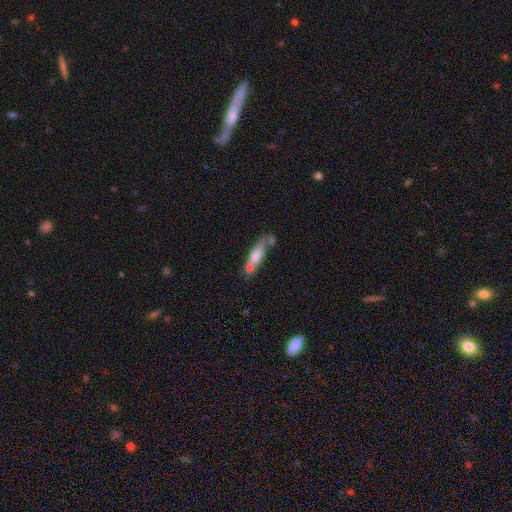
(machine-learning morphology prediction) Smooth or featured?
  - smooth: 61% *
  - featured or disk: 31%
  - star or artifact: 8%
How rounded?
  - cigar-shaped: 65% *
  - in between: 32%
  - round: 3%
Merging?
  - none: 42% *
  - merger: 30%
  - minor disturbance: 18%
  - major disturbance: 9%